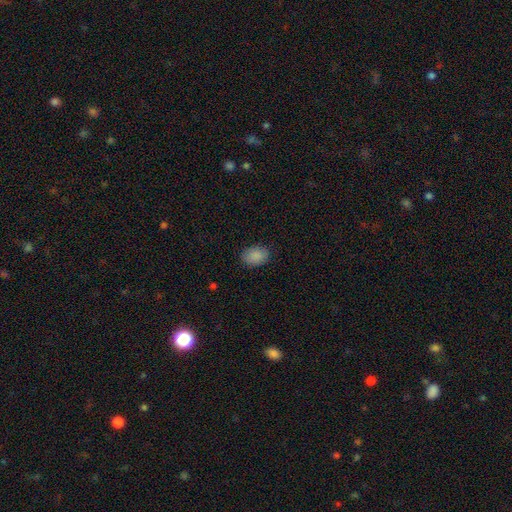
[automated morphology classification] smooth_or_featured: smooth (p=0.88) [alt: star or artifact p=0.08]
how_rounded: in between (p=0.75) [alt: round p=0.24]
merging: none (p=0.84) [alt: minor disturbance p=0.12]